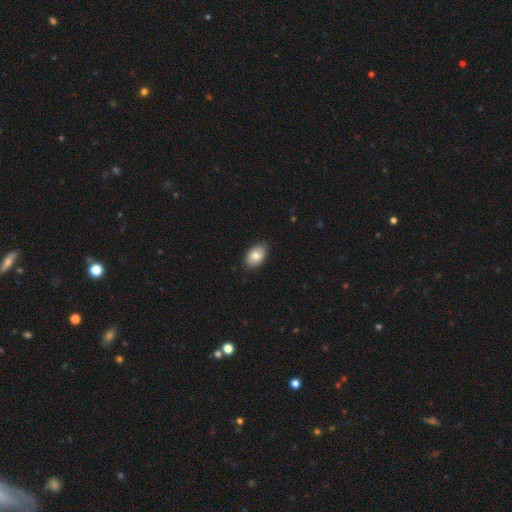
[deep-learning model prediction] Smooth or featured? Predicted: smooth (p=0.84). How rounded? Predicted: in between (p=0.88). Merging? Predicted: none (p=0.87).